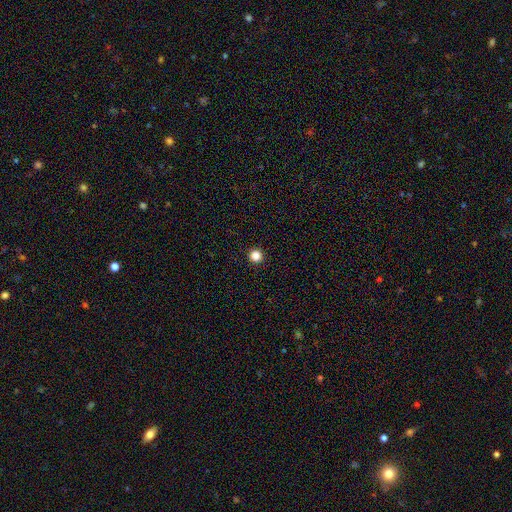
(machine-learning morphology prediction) Smooth or featured?
  - smooth: 85% *
  - star or artifact: 12%
  - featured or disk: 3%
How rounded?
  - round: 96% *
  - in between: 3%
  - cigar-shaped: 1%
Merging?
  - none: 94% *
  - minor disturbance: 3%
  - major disturbance: 1%
  - merger: 1%